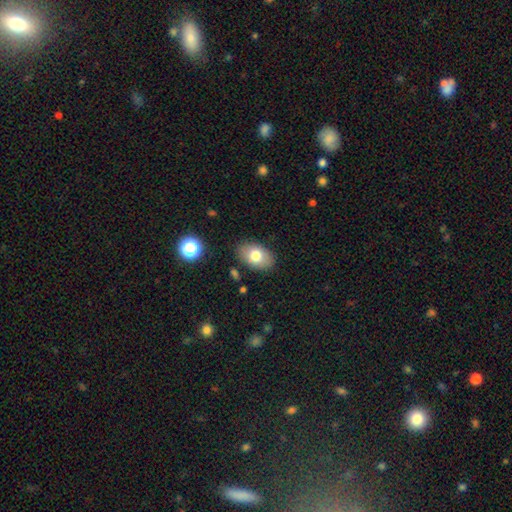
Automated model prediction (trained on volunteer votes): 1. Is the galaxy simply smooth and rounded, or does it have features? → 76% smooth, 16% featured or disk, 8% star or artifact.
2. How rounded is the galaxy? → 86% in between, 12% round, 1% cigar-shaped.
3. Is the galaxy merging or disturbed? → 85% none, 11% minor disturbance, 3% major disturbance, 2% merger.